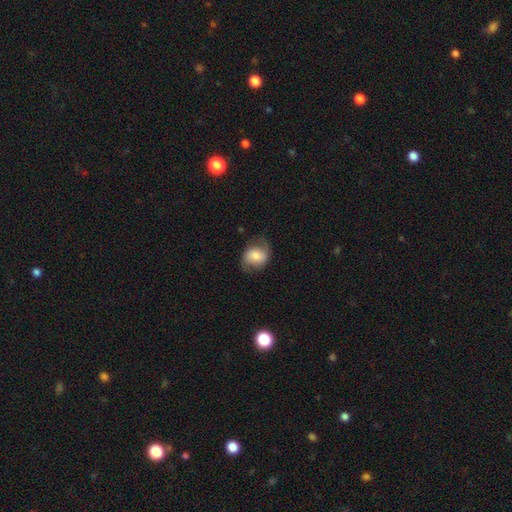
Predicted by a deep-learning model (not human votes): The model was most divided on "how rounded": in between: 52%, round: 47%, cigar-shaped: 1%. More confident: merging — none (66%); smooth or featured — smooth (53%).